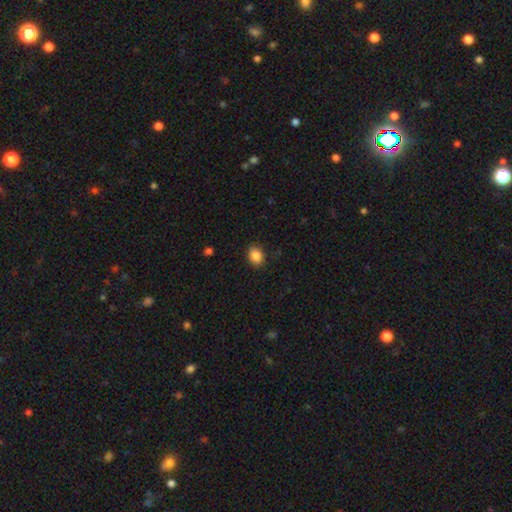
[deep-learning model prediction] Smooth or featured? smooth (87%)
How rounded? in between (60%)
Merging? none (87%)